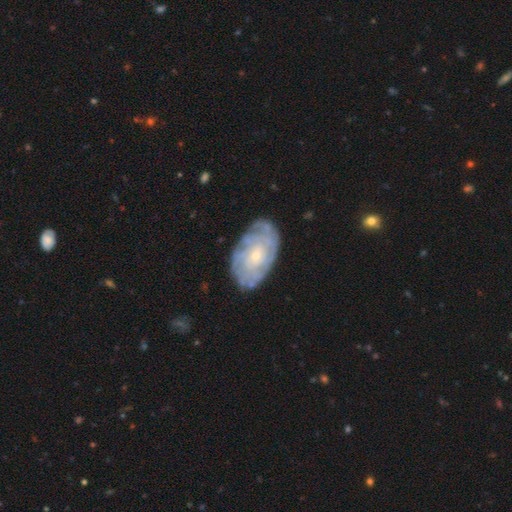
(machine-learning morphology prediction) featured or disk 73%, smooth 20%, star or artifact 7%. Down the decision tree: edge-on disk — no (95%); bar — no (80%); spiral arms — yes (82%); spiral arm count — can't tell (58%); spiral winding — tight (75%); bulge size — small (78%); merging — none (77%).